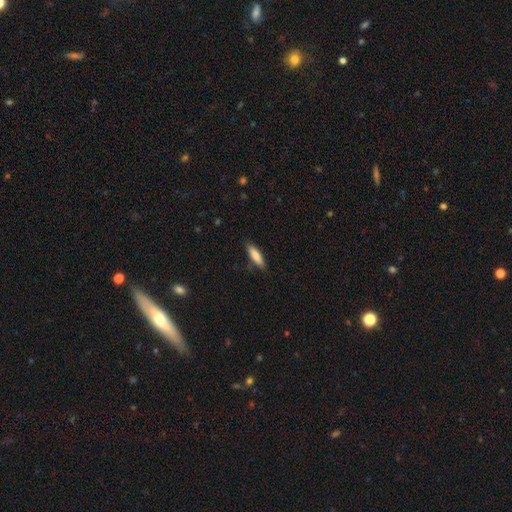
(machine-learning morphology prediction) Q: Smooth or featured?
A: smooth (80%); runner-up: featured or disk (14%)
Q: How rounded?
A: cigar-shaped (62%); runner-up: in between (36%)
Q: Merging?
A: none (83%); runner-up: minor disturbance (13%)